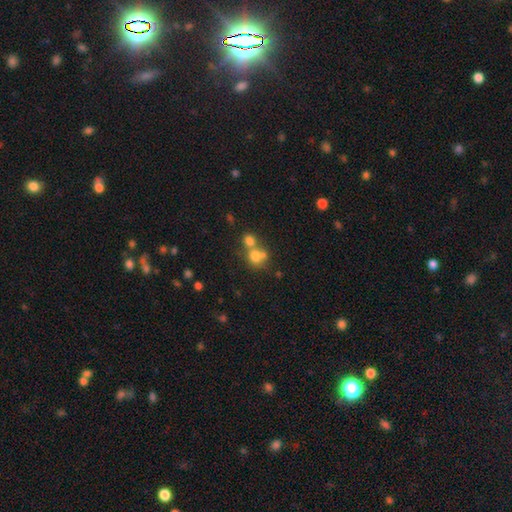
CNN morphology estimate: A smooth galaxy with no disk features (71%) that is round (80%).

Vote fractions:
- Smooth or featured? smooth: 71% / featured or disk: 15% / star or artifact: 14%
- How rounded? round: 80% / in between: 19% / cigar-shaped: 1%
- Merging? merger: 50% / none: 39% / minor disturbance: 7% / major disturbance: 4%